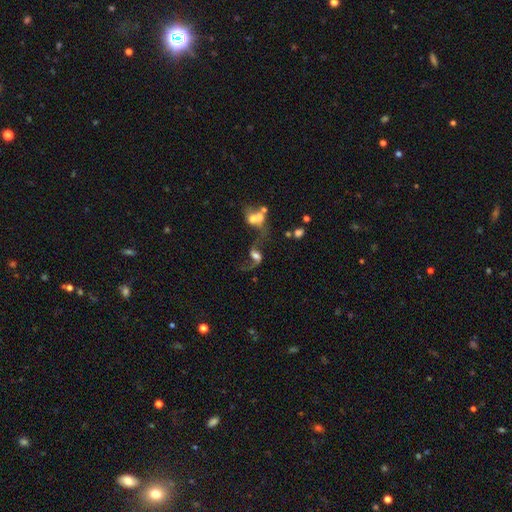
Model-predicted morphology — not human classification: This appears to be a featured or disk galaxy (72%) with no bar (42%), 2 (83%) loose (87%) spiral arms (87%) and a moderate central bulge (44%). Merging: none (36%).